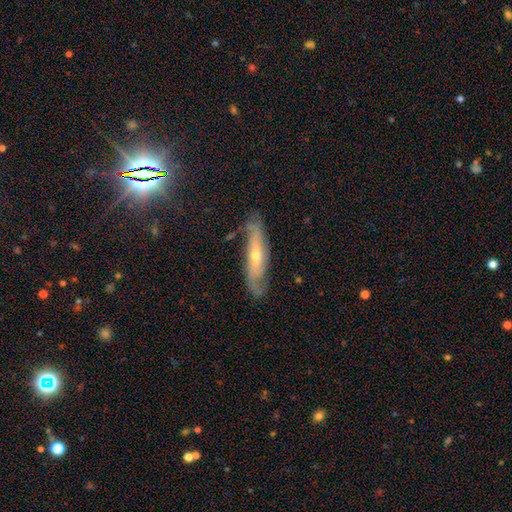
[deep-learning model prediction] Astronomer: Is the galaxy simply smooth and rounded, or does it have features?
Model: featured or disk — 68%.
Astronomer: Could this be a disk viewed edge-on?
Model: no — 53% (runner-up: yes, 47%).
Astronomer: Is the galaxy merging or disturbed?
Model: none — 69%.